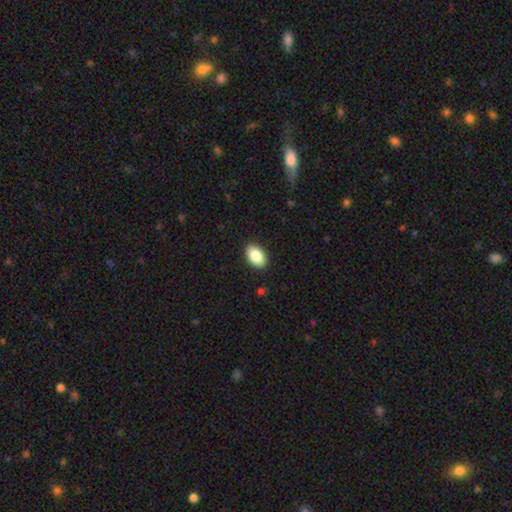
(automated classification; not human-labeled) Morphology: type=smooth (85%); roundness=in between (90%); merging=none (89%).